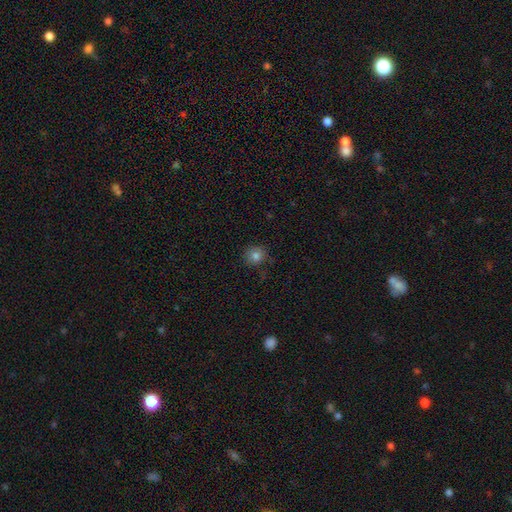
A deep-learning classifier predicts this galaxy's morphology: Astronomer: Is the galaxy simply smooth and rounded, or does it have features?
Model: smooth — 80%.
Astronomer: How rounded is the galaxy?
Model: round — 88%.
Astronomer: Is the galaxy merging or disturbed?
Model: none — 82%.